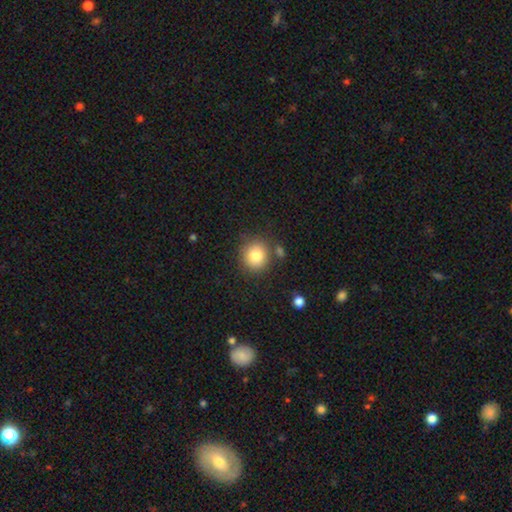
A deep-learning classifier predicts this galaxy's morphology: Smooth or featured? Predicted: smooth (p=0.83). How rounded? Predicted: round (p=0.88). Merging? Predicted: none (p=0.80).